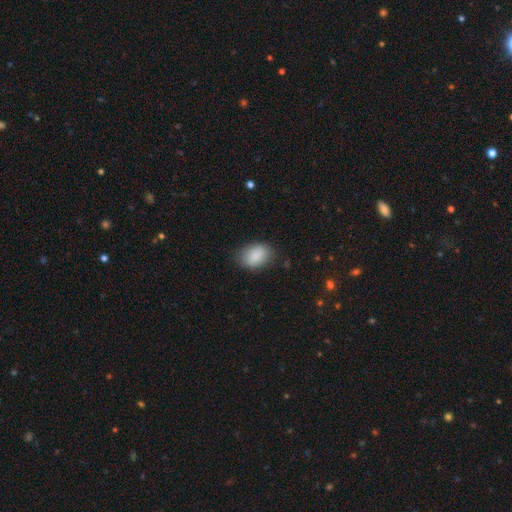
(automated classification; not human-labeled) The model was most divided on "merging": none: 79%, minor disturbance: 16%, major disturbance: 4%, merger: 1%. More confident: smooth or featured — smooth (88%); how rounded — in between (82%).